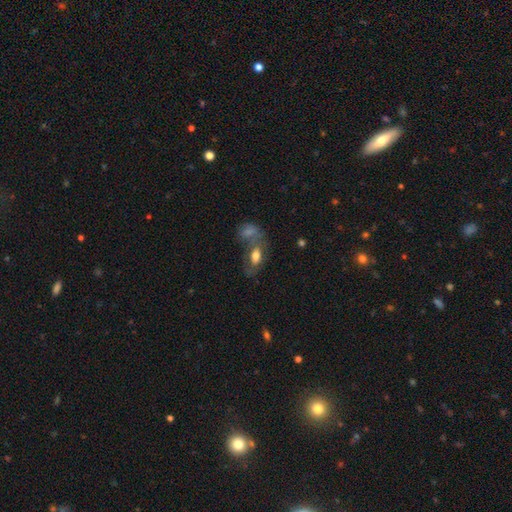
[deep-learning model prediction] Smooth or featured? Predicted: smooth (p=0.67). How rounded? Predicted: in between (p=0.88). Merging? Predicted: merger (p=0.40).